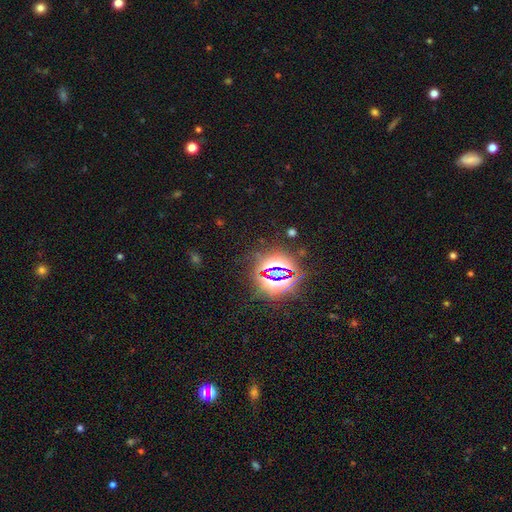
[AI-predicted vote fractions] Q: Smooth or featured?
A: star or artifact (83%); runner-up: smooth (11%)